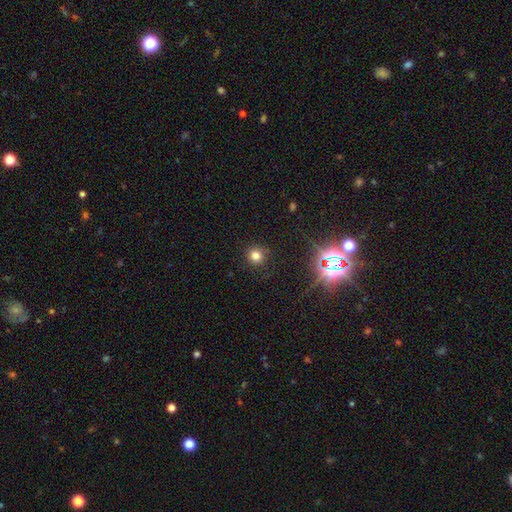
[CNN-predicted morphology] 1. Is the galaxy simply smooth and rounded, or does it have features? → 76% smooth, 18% star or artifact, 6% featured or disk.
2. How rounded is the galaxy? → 92% round, 7% in between, 1% cigar-shaped.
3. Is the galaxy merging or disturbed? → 88% none, 8% minor disturbance, 3% major disturbance, 1% merger.